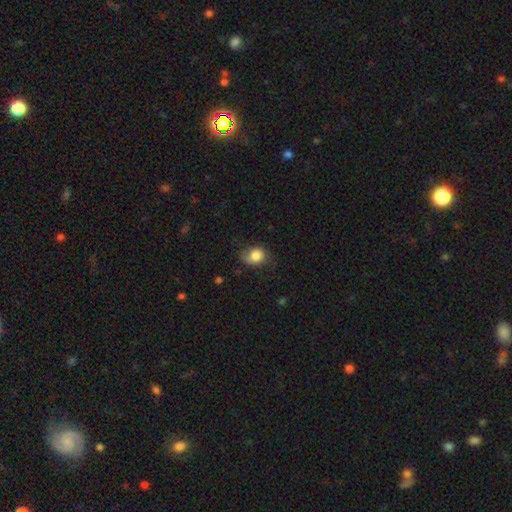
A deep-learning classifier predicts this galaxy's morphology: A smooth galaxy with no disk features (80%) that is round (52%). Merging: none (60%).